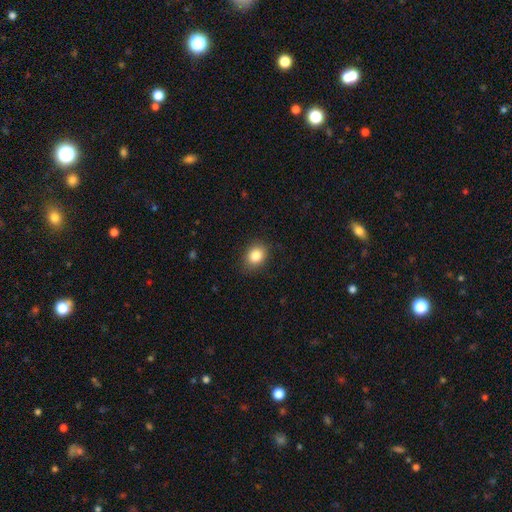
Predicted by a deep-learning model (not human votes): smooth_or_featured: smooth (p=0.85) [alt: star or artifact p=0.09]
how_rounded: round (p=0.50) [alt: in between p=0.49]
merging: none (p=0.84) [alt: minor disturbance p=0.12]